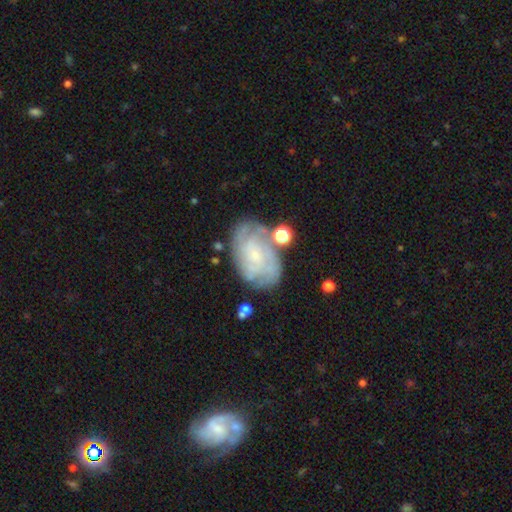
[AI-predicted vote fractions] Morphology: type=featured or disk (75%); edge-on=no (97%); bar=no (66%); spiral arms=yes (90%); winding=tight (62%); arm count=can't tell (45%); bulge=small (69%); merging=none (67%).